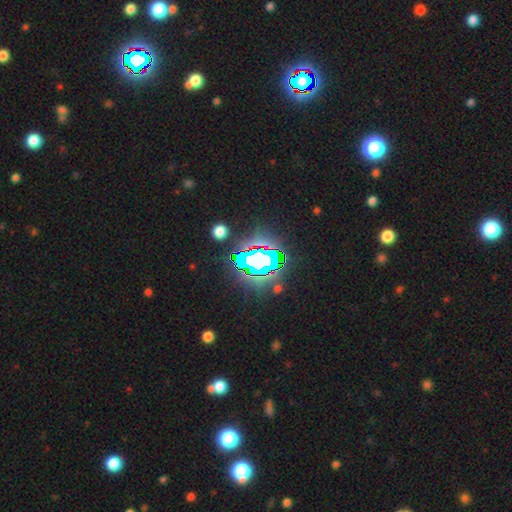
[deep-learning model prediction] smooth_or_featured: star or artifact (p=0.80) [alt: smooth p=0.12]